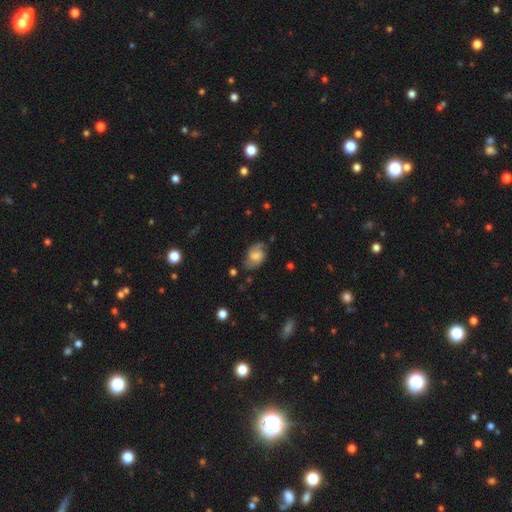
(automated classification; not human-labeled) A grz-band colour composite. It shows a featured or disk galaxy (46%). Merging: none (62%).